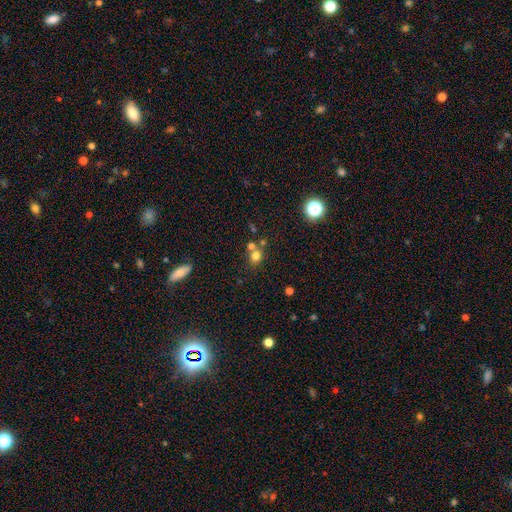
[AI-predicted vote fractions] Overall: smooth (74%). How rounded: round (76%). Merging: none (56%; merger 31%).